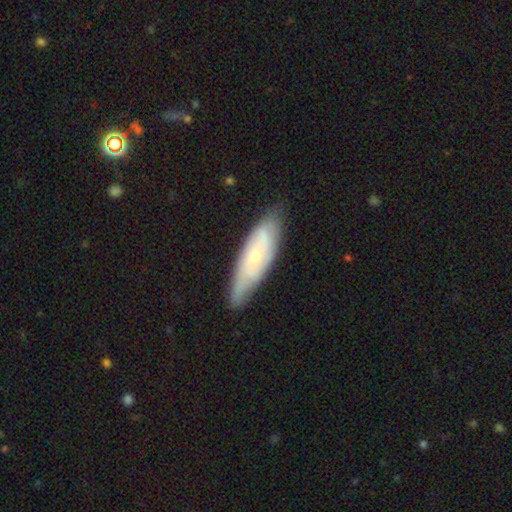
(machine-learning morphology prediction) A featured or disk galaxy (56%). Merging: none (74%).